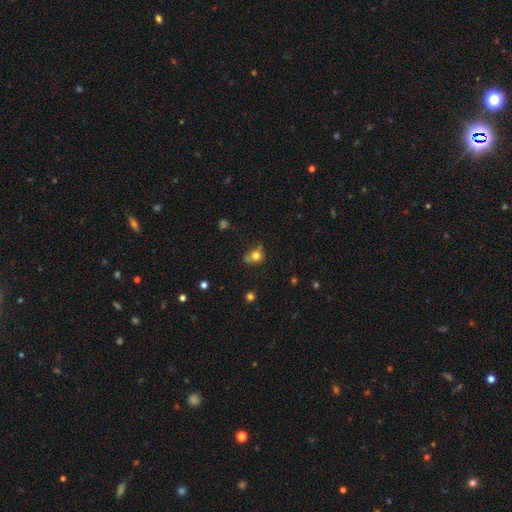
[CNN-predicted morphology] Smooth or featured? Predicted: smooth (p=0.72). How rounded? Predicted: round (p=0.57). Merging? Predicted: none (p=0.44).